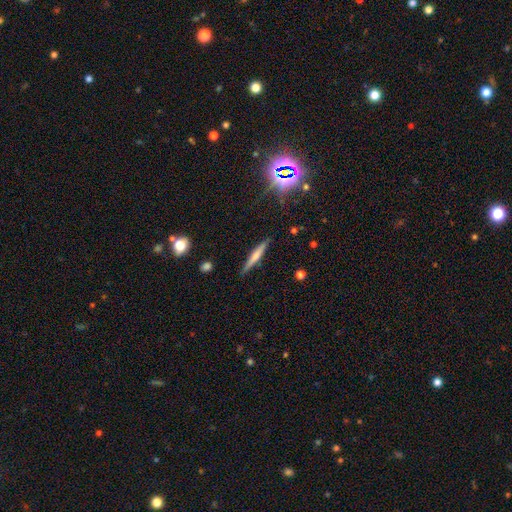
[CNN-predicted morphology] Smooth or featured: smooth — 47% (featured or disk — 46%)
Merging: none — 88% (minor disturbance — 9%)